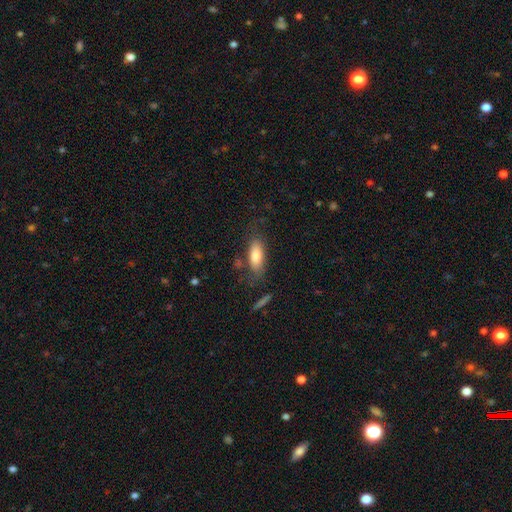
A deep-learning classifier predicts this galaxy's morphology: Smooth or featured? smooth (78%)
How rounded? in between (69%)
Merging? none (69%)